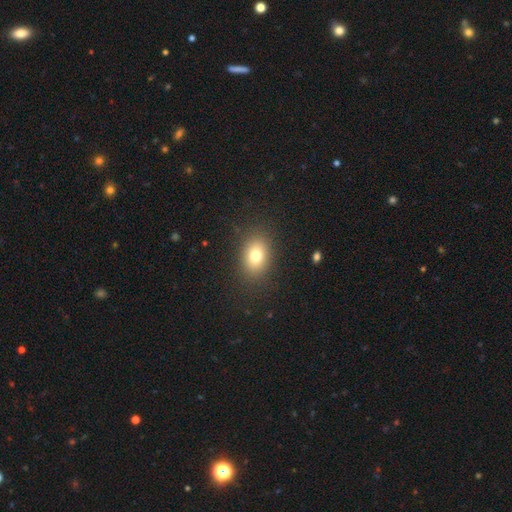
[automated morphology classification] This is likely a smooth galaxy (77%). How rounded: likely in between (68%). Merging: clearly none (86%).